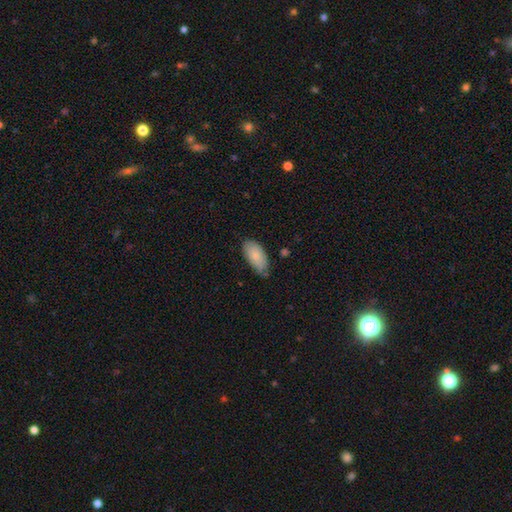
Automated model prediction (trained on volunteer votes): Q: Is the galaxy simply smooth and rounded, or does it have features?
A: smooth — 82%.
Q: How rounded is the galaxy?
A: in between — 92%.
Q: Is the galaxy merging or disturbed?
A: none — 65%.